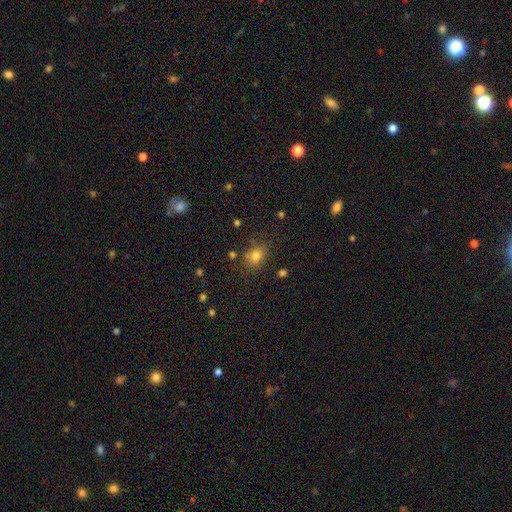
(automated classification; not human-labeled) A smooth galaxy with no disk features (75%) that is in between round and cigar-shaped (50%).

Vote fractions:
- Smooth or featured? smooth: 75% / star or artifact: 16% / featured or disk: 9%
- How rounded? in between: 50% / round: 48% / cigar-shaped: 1%
- Merging? none: 73% / minor disturbance: 15% / merger: 7% / major disturbance: 5%